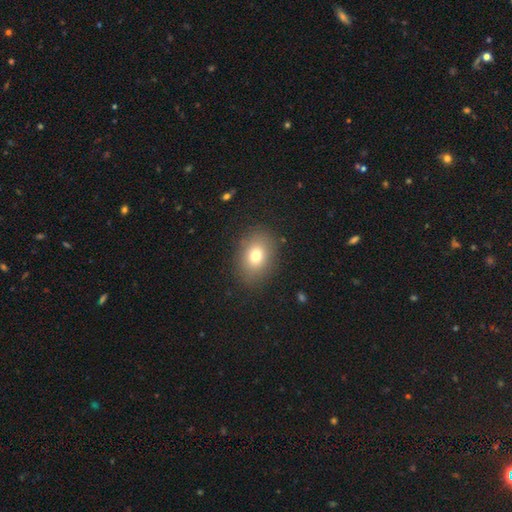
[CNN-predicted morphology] smooth_or_featured: smooth (p=0.75) [alt: featured or disk p=0.13]
how_rounded: in between (p=0.67) [alt: round p=0.32]
merging: none (p=0.85) [alt: minor disturbance p=0.10]